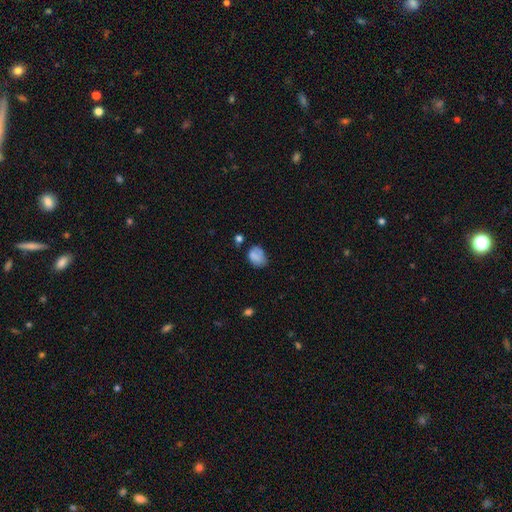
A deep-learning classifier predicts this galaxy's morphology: This is likely a smooth galaxy (75%). How rounded: likely in between (71%). Merging: possibly none (49%).